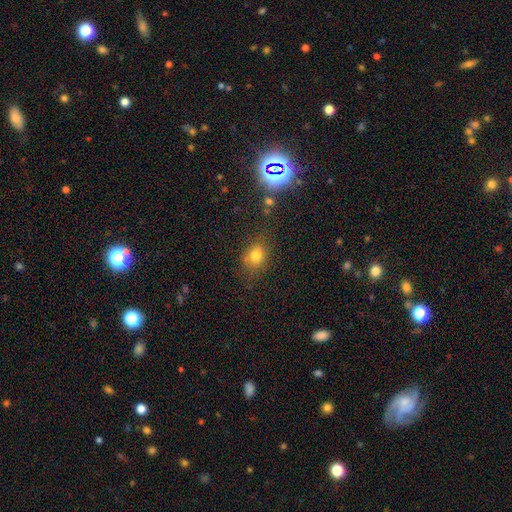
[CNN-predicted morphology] smooth 76%, star or artifact 15%, featured or disk 9%. Down the decision tree: how rounded — round (52%); merging — none (71%).